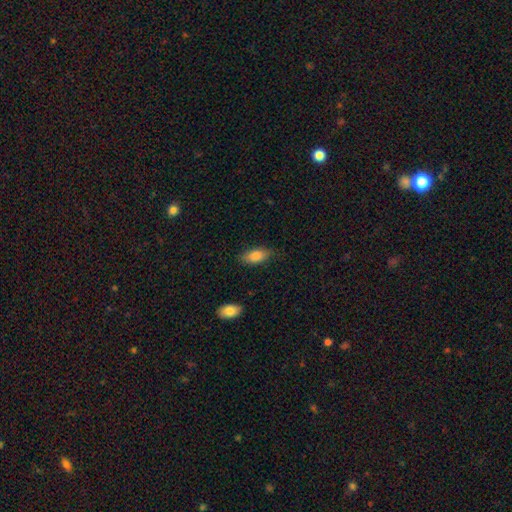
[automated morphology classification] smooth_or_featured: smooth (p=0.85) [alt: featured or disk p=0.09]
how_rounded: in between (p=0.89) [alt: cigar-shaped p=0.08]
merging: none (p=0.80) [alt: minor disturbance p=0.15]